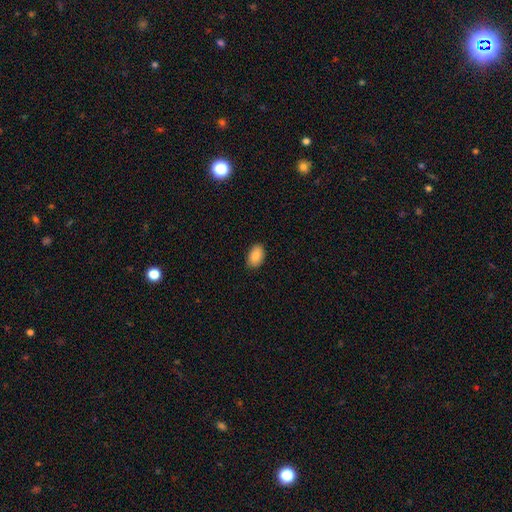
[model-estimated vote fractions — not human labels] A smooth galaxy with no disk features (89%) that is in between round and cigar-shaped (90%). Merging: none (89%).